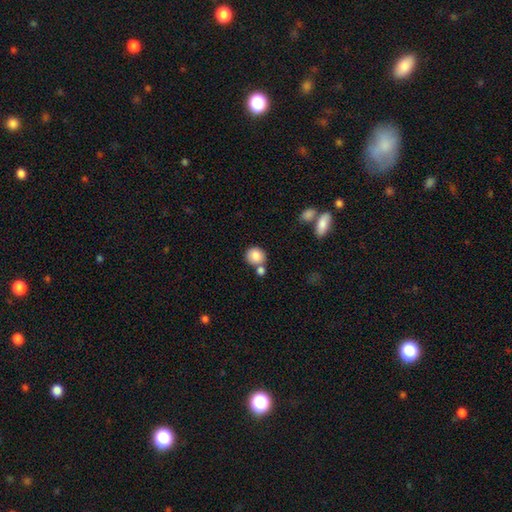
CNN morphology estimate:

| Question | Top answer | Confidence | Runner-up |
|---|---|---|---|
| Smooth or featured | smooth | 85% | star or artifact (8%) |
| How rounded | round | 84% | in between (15%) |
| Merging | none | 62% | merger (24%) |